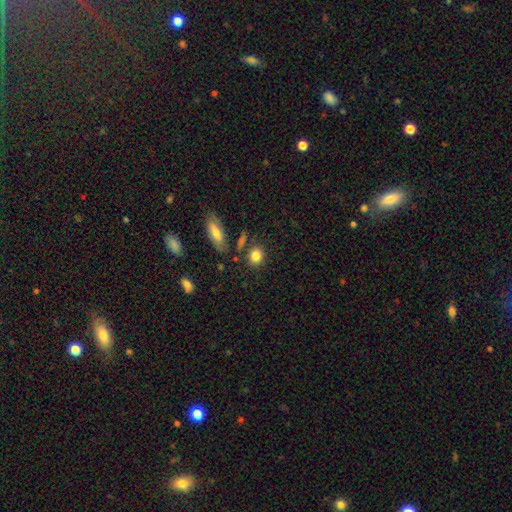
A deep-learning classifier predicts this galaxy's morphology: Smooth or featured?
  - smooth: 83% *
  - star or artifact: 9%
  - featured or disk: 8%
How rounded?
  - round: 66% *
  - in between: 31%
  - cigar-shaped: 3%
Merging?
  - none: 76% *
  - minor disturbance: 11%
  - merger: 9%
  - major disturbance: 4%